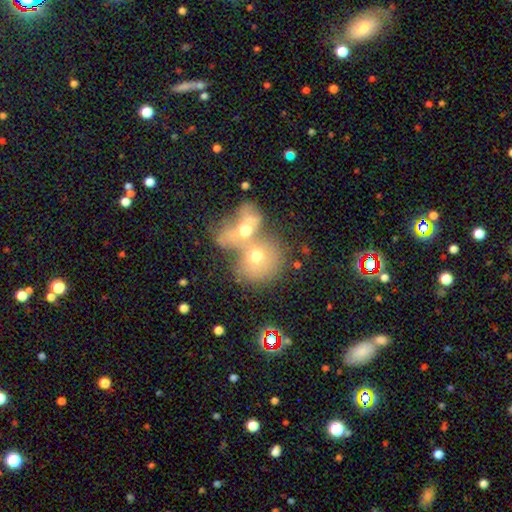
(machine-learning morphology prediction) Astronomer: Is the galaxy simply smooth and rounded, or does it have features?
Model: smooth — 57%.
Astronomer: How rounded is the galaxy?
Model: round — 67%.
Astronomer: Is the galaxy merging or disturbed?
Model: merger — 75%.